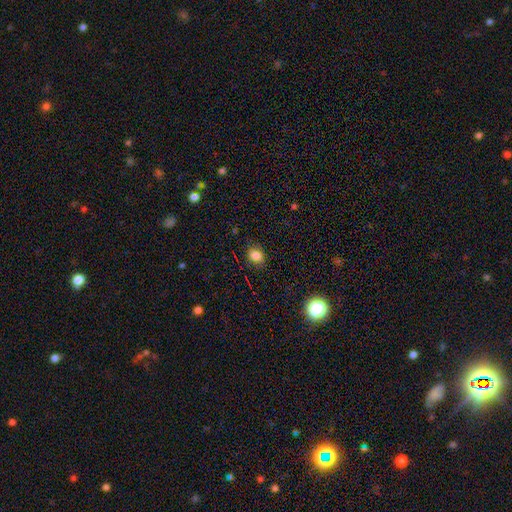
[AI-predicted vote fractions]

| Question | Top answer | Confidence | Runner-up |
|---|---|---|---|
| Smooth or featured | smooth | 82% | star or artifact (12%) |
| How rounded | in between | 50% | round (49%) |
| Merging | none | 80% | minor disturbance (15%) |